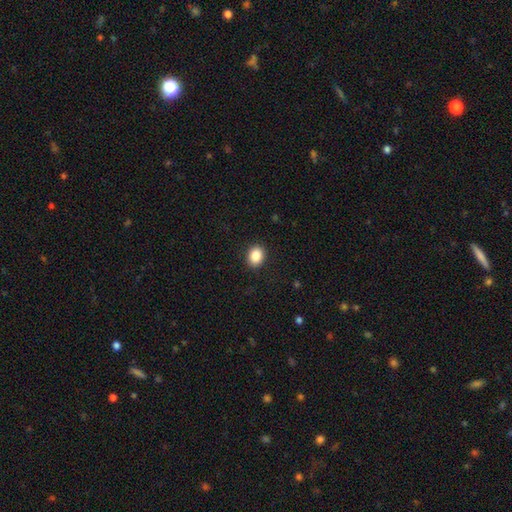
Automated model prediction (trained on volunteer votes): Q: Smooth or featured?
A: smooth (87%); runner-up: star or artifact (9%)
Q: How rounded?
A: in between (51%); runner-up: round (49%)
Q: Merging?
A: none (90%); runner-up: minor disturbance (7%)